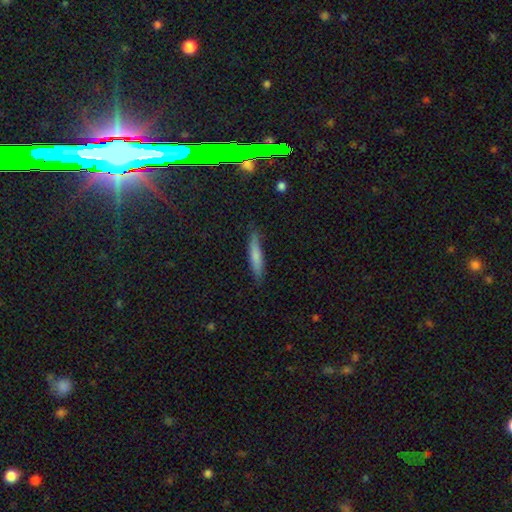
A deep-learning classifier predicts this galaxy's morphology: Smooth or featured? Predicted: smooth (p=0.72). How rounded? Predicted: cigar-shaped (p=0.89). Merging? Predicted: none (p=0.84).